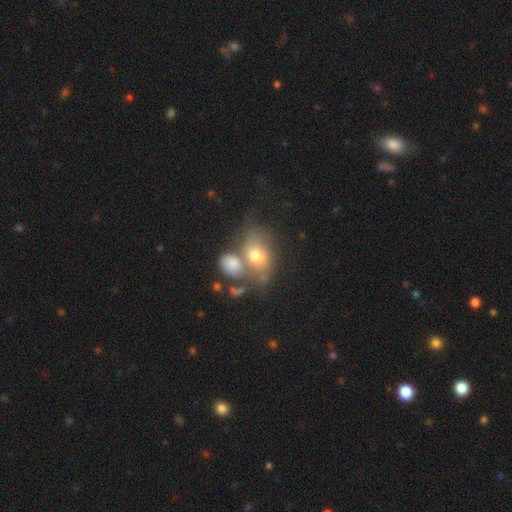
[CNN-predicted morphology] smooth-or-featured: featured or disk: 45% | smooth: 36% | star or artifact: 18%
  merging: merger: 50% | none: 31% | minor disturbance: 11% | major disturbance: 9%